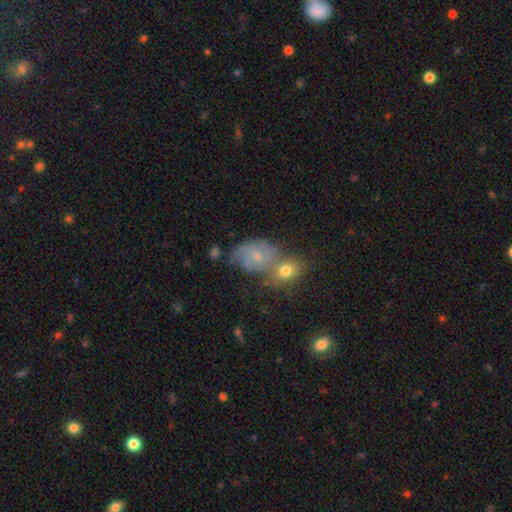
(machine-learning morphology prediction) The model was most divided on "merging" (2-way tie): merger: 36%, none: 36%, minor disturbance: 17%, major disturbance: 10%. More confident: edge-on disk — no (97%); spiral arms — yes (82%); bar — no (72%); bulge size — small (66%); smooth or featured — featured or disk (56%).